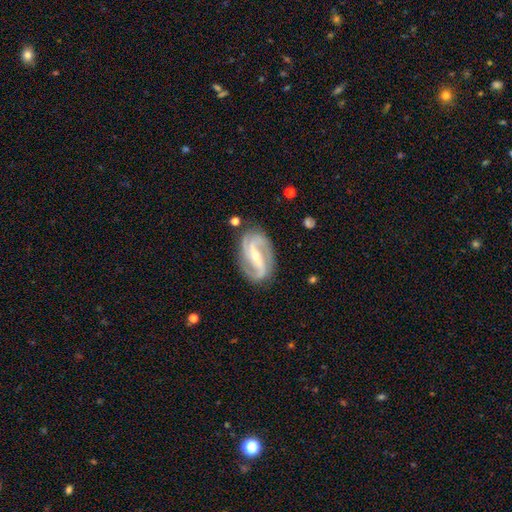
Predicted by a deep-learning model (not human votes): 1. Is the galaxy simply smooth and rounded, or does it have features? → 91% featured or disk, 5% smooth, 4% star or artifact.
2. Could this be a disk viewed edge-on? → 96% no, 4% yes.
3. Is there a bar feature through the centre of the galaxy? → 52% strong, 30% weak, 18% no.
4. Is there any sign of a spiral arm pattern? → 98% yes, 2% no.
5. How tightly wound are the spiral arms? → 47% medium, 29% loose, 24% tight.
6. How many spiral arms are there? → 66% 2, 19% 3, 5% can't tell, 4% 4, 3% 1, 3% more than 4.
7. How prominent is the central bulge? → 62% small, 35% moderate, 1% large, 1% none, 1% dominant.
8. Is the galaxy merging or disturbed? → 79% none, 14% minor disturbance, 5% major disturbance, 2% merger.